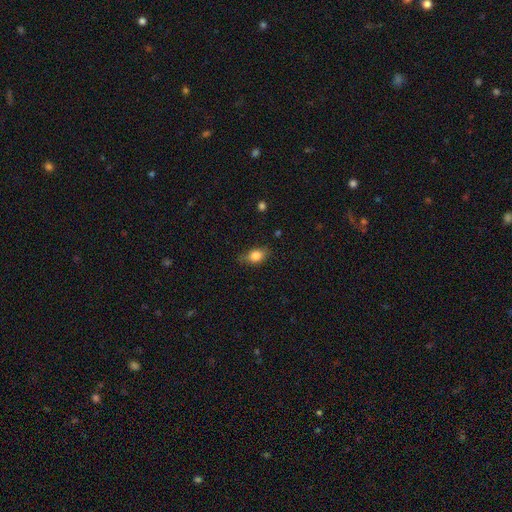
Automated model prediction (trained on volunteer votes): This appears to be a smooth galaxy with no disk features (81%) that is in between round and cigar-shaped (76%). Merging: none (73%).